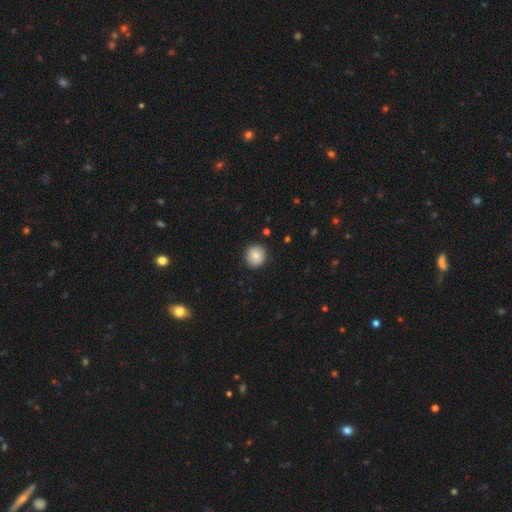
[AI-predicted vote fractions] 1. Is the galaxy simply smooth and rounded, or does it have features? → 83% smooth, 9% featured or disk, 8% star or artifact.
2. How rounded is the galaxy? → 94% round, 5% in between, 1% cigar-shaped.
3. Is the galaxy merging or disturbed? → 91% none, 6% minor disturbance, 2% major disturbance, 1% merger.